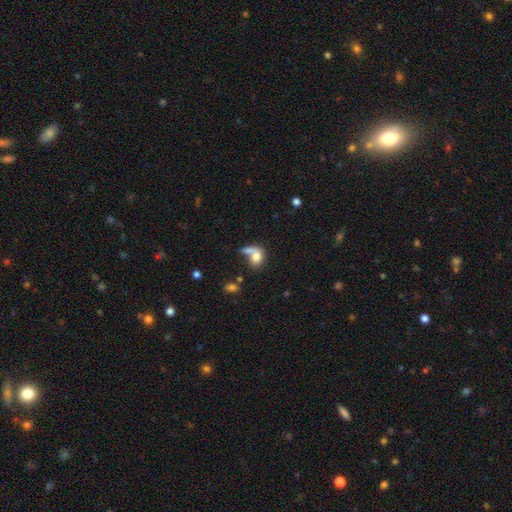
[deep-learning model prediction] smooth-or-featured: smooth: 74% | featured or disk: 16% | star or artifact: 9%
  how-rounded: in between: 58% | round: 40% | cigar-shaped: 3%
  merging: merger: 45% | none: 29% | major disturbance: 14% | minor disturbance: 12%